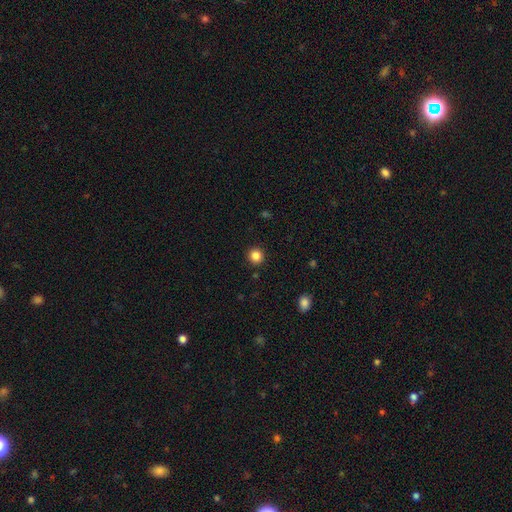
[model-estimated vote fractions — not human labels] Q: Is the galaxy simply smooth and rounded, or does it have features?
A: smooth — 86%.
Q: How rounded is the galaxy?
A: round — 93%.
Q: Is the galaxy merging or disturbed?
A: none — 92%.